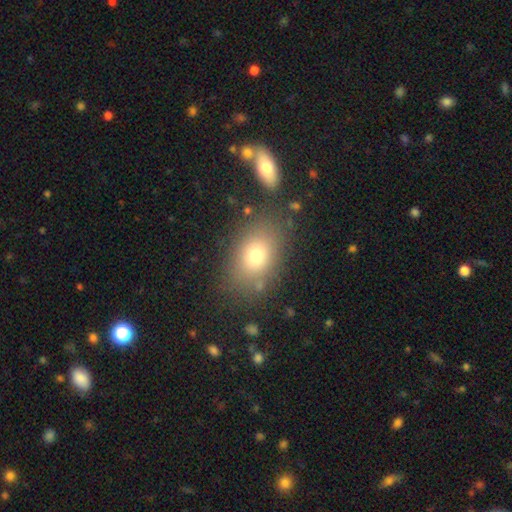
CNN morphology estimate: type=smooth (74%); roundness=in between (79%); merging=none (76%).